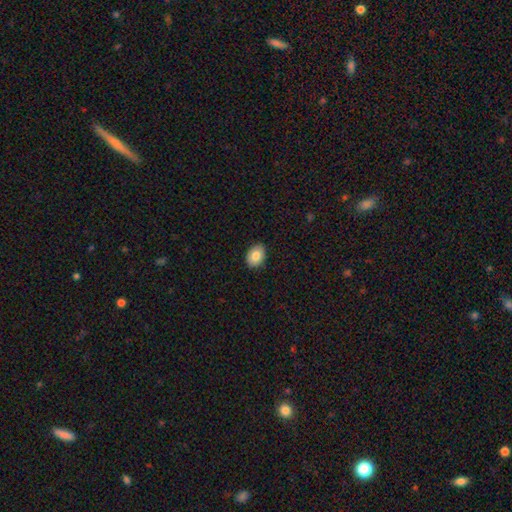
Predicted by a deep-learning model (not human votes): Smooth or featured? smooth (82%)
How rounded? in between (79%)
Merging? none (89%)